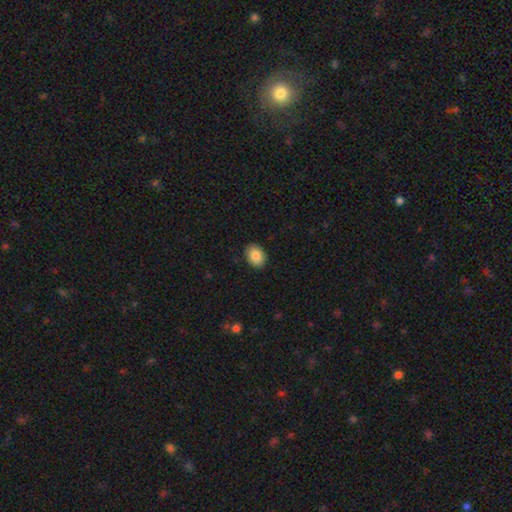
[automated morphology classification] smooth_or_featured: smooth (p=0.85) [alt: star or artifact p=0.07]
how_rounded: in between (p=0.75) [alt: round p=0.24]
merging: none (p=0.90) [alt: minor disturbance p=0.07]